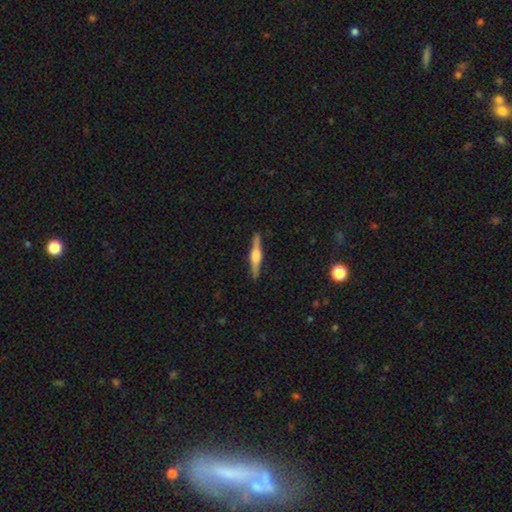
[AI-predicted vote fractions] Smooth or featured? Predicted: featured or disk (p=0.69). Edge-on disk? Predicted: yes (p=0.98). Edge-on bulge? Predicted: rounded (p=0.80). Merging? Predicted: none (p=0.90).